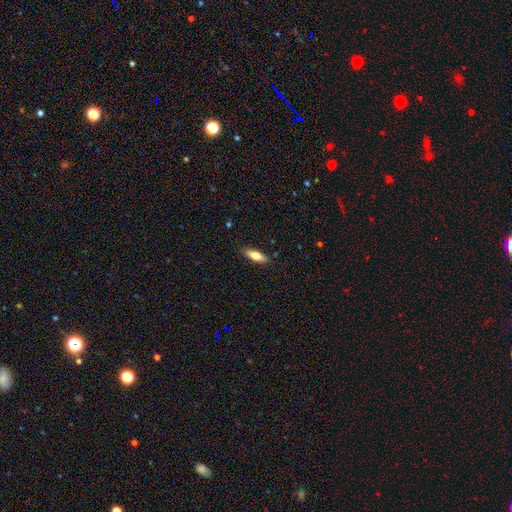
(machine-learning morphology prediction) Overall: smooth (71%). How rounded: in between (56%; cigar-shaped 42%). Merging: none (88%).